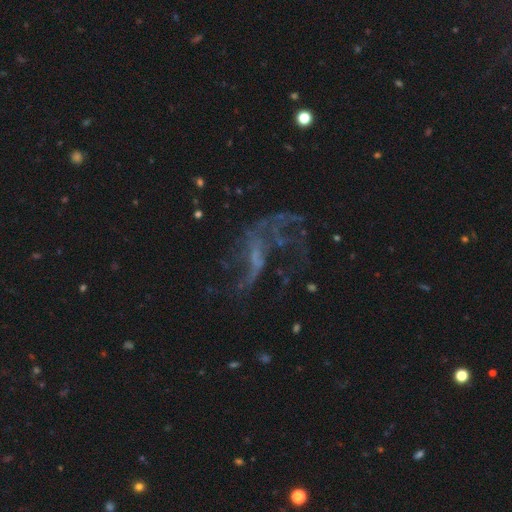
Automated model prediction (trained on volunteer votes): This is likely a featured or disk galaxy (73%). It is clearly not viewed edge-on (95%). Bar: possibly no (46%). Spiral arm pattern: likely yes (70%). Central bulge: possibly none (55%). Merging: marginally major disturbance (41%).